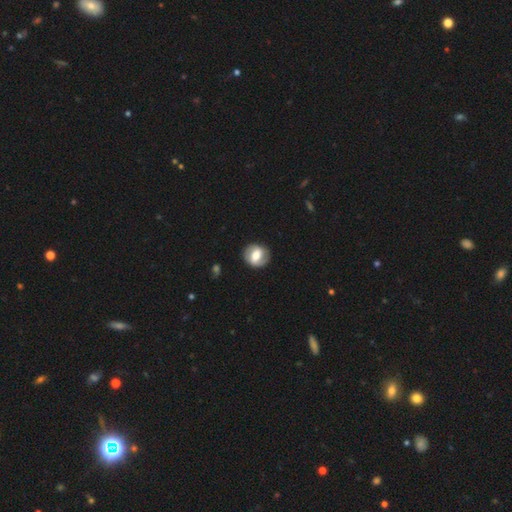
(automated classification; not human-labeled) Morphology: type=featured or disk (58%); edge-on=no (96%); bar=weak (41%); spiral arms=yes (69%); bulge=moderate (56%); merging=none (84%).